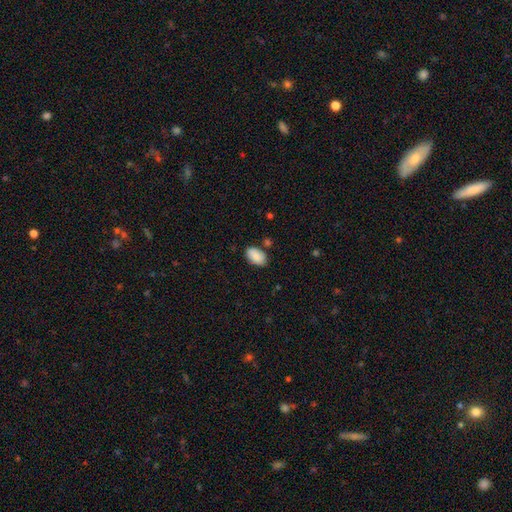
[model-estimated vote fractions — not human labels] This is clearly a smooth galaxy (88%). How rounded: clearly in between (93%). Merging: likely none (76%).